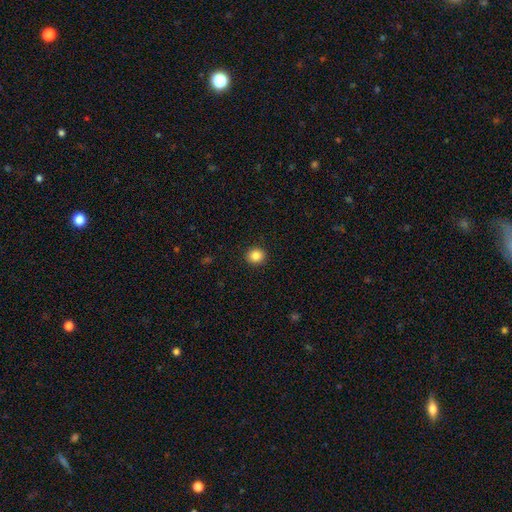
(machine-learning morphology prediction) A smooth galaxy with no disk features (86%) that is round (87%). Merging: none (92%).